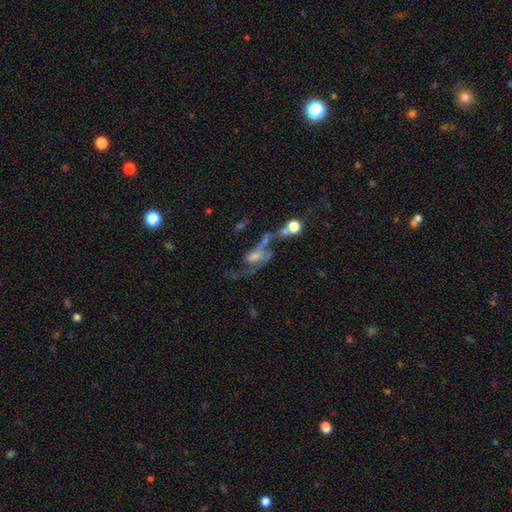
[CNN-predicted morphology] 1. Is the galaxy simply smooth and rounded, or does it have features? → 65% featured or disk, 18% star or artifact, 18% smooth.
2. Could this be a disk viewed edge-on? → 88% no, 12% yes.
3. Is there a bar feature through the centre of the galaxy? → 64% no, 26% weak, 9% strong.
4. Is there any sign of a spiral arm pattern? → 67% yes, 33% no.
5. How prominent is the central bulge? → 34% moderate, 30% small, 24% none, 9% large, 3% dominant.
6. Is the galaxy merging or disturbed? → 35% major disturbance, 27% merger, 25% none, 12% minor disturbance.